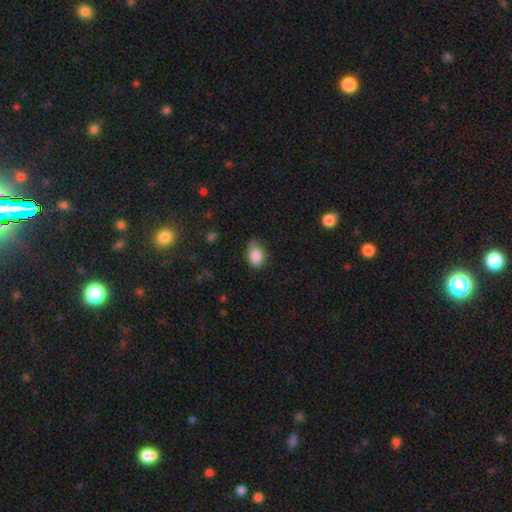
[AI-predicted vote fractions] smooth 86%, star or artifact 8%, featured or disk 6%. Down the decision tree: how rounded — in between (73%); merging — none (52%).